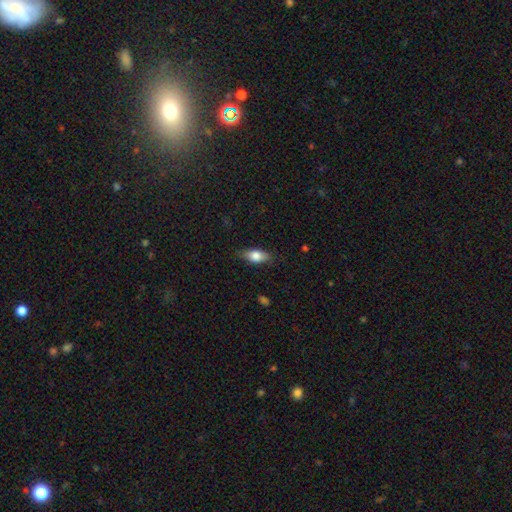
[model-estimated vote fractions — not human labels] smooth_or_featured: smooth (p=0.73) [alt: featured or disk p=0.20]
how_rounded: in between (p=0.82) [alt: cigar-shaped p=0.13]
merging: none (p=0.82) [alt: minor disturbance p=0.14]